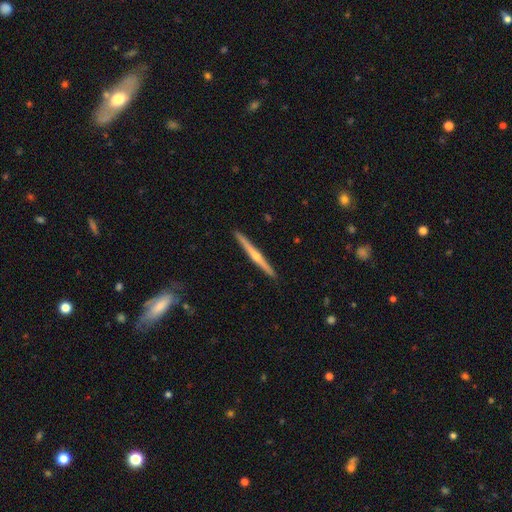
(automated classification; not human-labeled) featured or disk 75%, smooth 20%, star or artifact 5%. Down the decision tree: edge-on disk — yes (98%); edge-on bulge — rounded (84%); merging — none (91%).